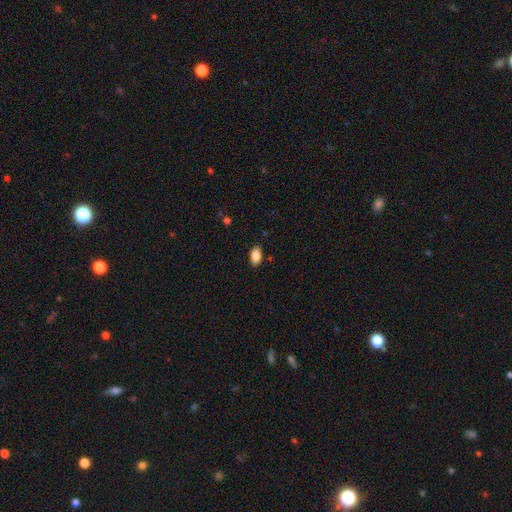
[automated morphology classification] The model was most divided on "merging": none: 86%, minor disturbance: 10%, major disturbance: 2%, merger: 1%. More confident: how rounded — in between (92%); smooth or featured — smooth (88%).